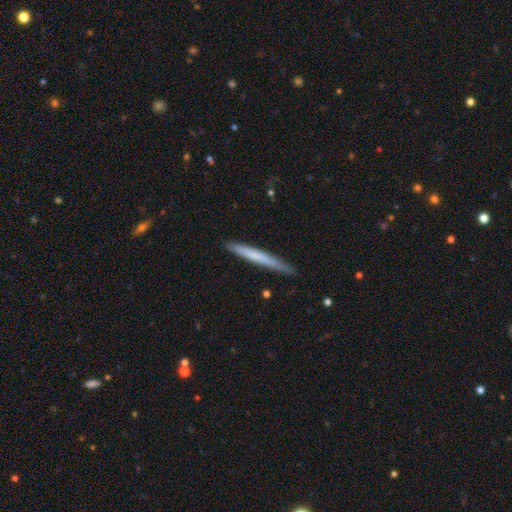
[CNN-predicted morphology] smooth 51%, featured or disk 41%, star or artifact 8%. Down the decision tree: how rounded — cigar-shaped (97%); merging — none (90%).